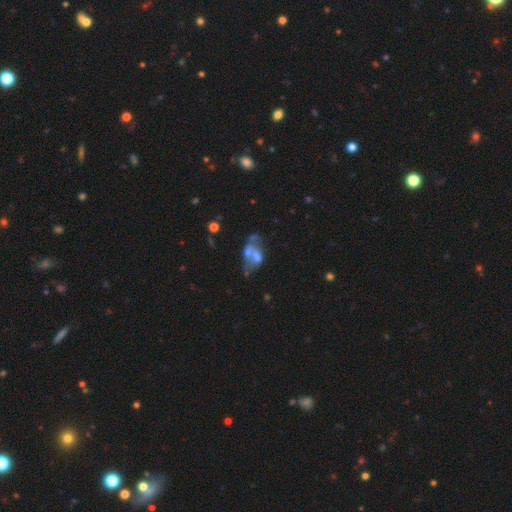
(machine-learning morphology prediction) Smooth or featured? Predicted: featured or disk (p=0.49). Merging? Predicted: merger (p=0.45).